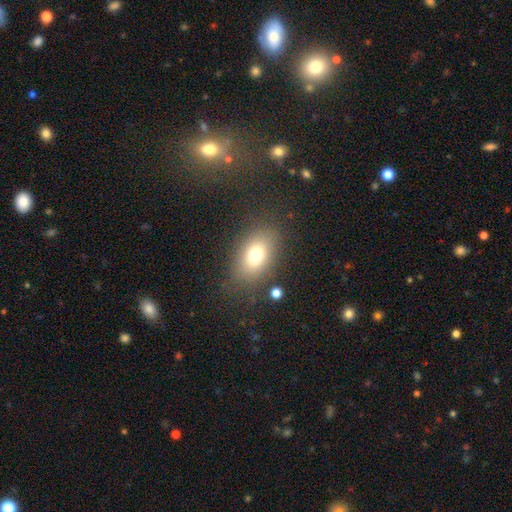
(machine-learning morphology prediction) A smooth galaxy with no disk features (75%) that is in between round and cigar-shaped (80%).

Vote fractions:
- Smooth or featured? smooth: 75% / featured or disk: 14% / star or artifact: 12%
- How rounded? in between: 80% / round: 18% / cigar-shaped: 2%
- Merging? none: 79% / minor disturbance: 12% / major disturbance: 6% / merger: 2%